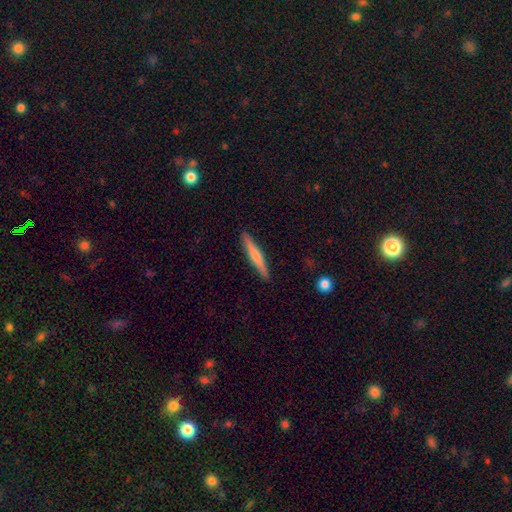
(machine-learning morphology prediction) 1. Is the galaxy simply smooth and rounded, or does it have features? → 55% smooth, 40% featured or disk, 5% star or artifact.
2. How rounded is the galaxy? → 94% cigar-shaped, 4% in between, 1% round.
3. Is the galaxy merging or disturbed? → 91% none, 6% minor disturbance, 1% major disturbance, 1% merger.